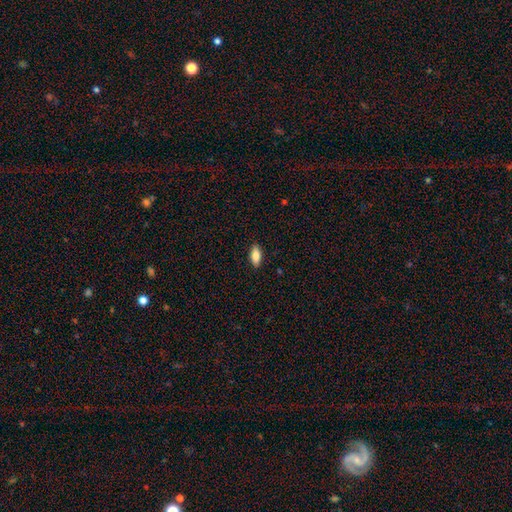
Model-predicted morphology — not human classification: smooth 82%, featured or disk 12%, star or artifact 6%. Down the decision tree: how rounded — in between (84%); merging — none (89%).